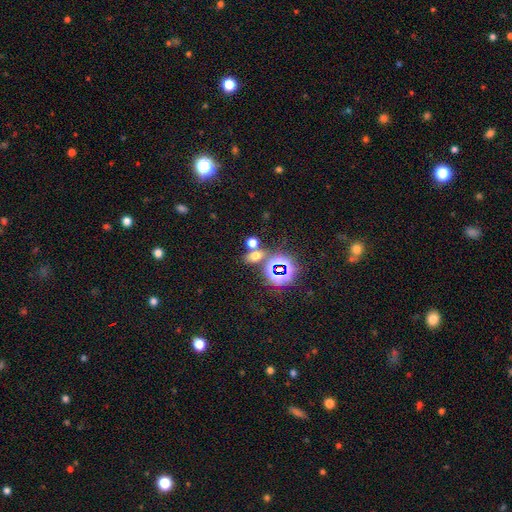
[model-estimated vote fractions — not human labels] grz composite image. It shows a smooth galaxy with no disk features (54%) that is in between round and cigar-shaped (61%). Merging: none (61%).